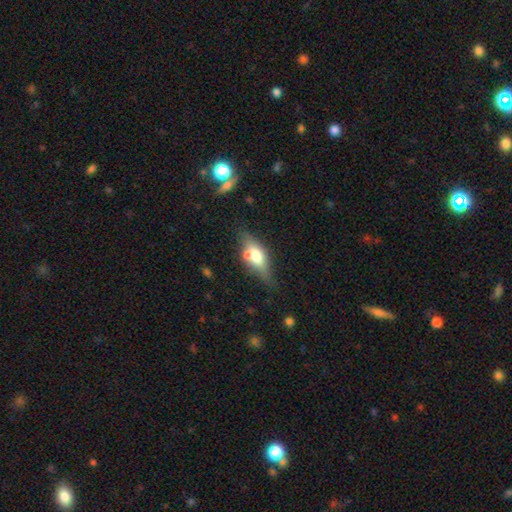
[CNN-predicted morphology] This appears to be a smooth galaxy with no disk features (47%). Merging: none (65%).